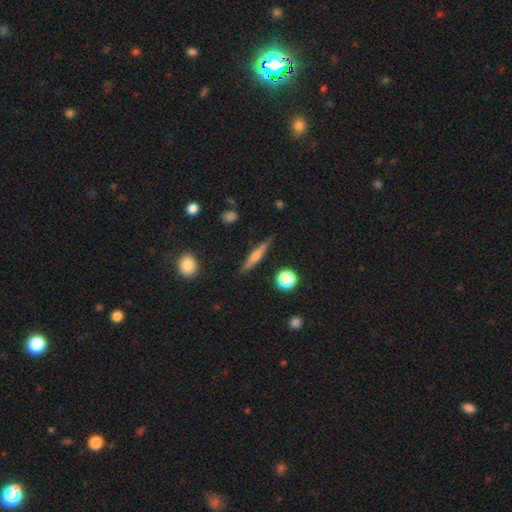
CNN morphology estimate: This appears to be a smooth galaxy with no disk features (53%) that is cigar-shaped (88%). Merging: none (87%).